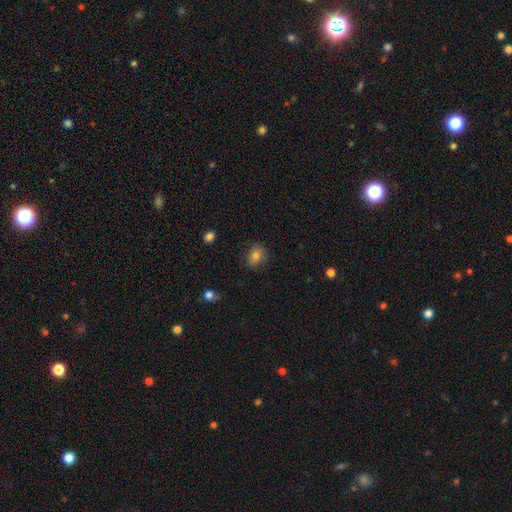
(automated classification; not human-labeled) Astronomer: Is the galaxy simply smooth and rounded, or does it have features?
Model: smooth — 80%.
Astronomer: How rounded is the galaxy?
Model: in between — 66%.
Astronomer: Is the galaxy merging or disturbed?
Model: none — 78%.